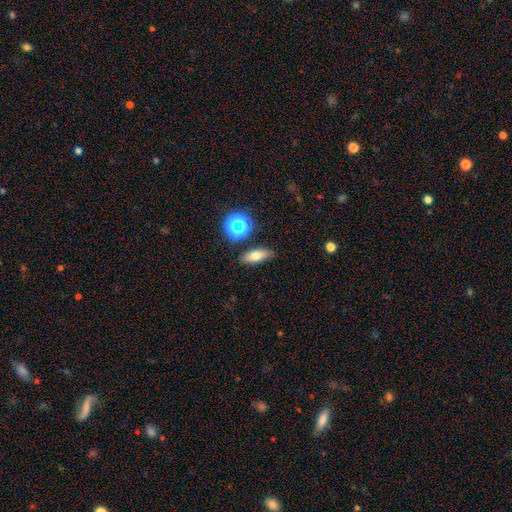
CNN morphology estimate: This is likely a smooth galaxy (68%). How rounded: likely in between (66%). Merging: clearly none (83%).